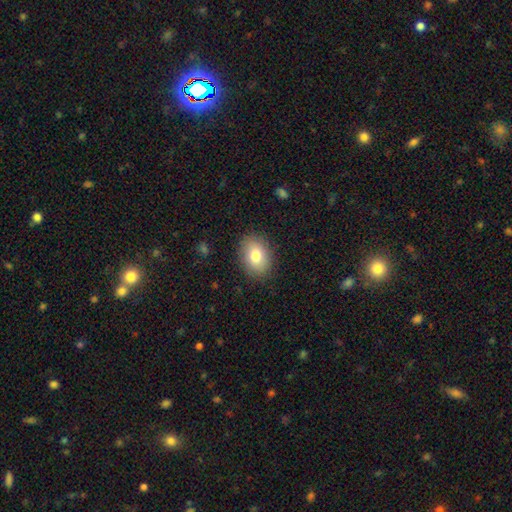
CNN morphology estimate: A smooth galaxy with no disk features (79%) that is in between round and cigar-shaped (70%). Merging: none (87%).